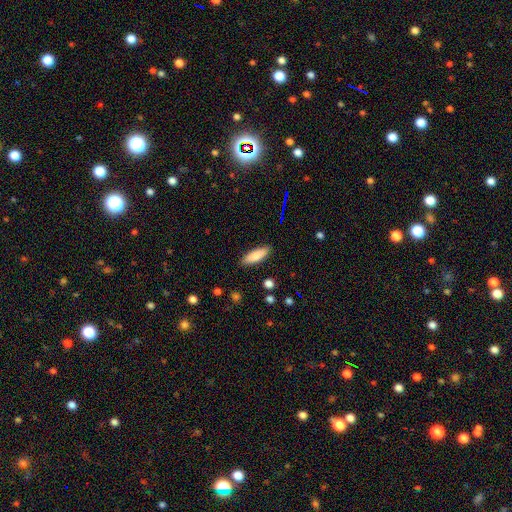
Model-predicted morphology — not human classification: smooth_or_featured: smooth (p=0.82) [alt: featured or disk p=0.11]
how_rounded: cigar-shaped (p=0.50) [alt: in between p=0.48]
merging: none (p=0.89) [alt: minor disturbance p=0.08]